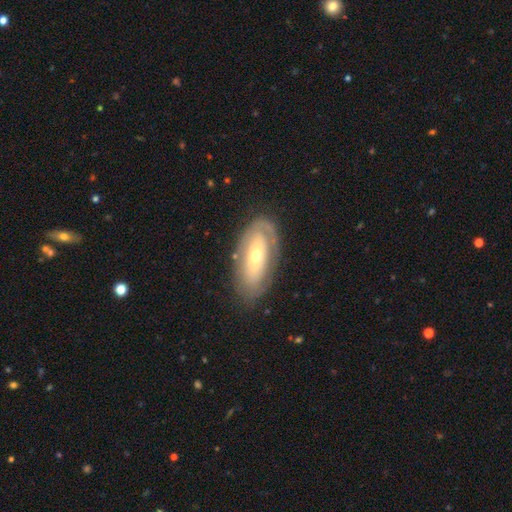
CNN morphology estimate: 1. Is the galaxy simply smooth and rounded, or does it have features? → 64% featured or disk, 30% smooth, 6% star or artifact.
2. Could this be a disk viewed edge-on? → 88% no, 12% yes.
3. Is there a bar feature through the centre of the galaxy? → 80% no, 14% weak, 6% strong.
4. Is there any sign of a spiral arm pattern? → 52% no, 48% yes.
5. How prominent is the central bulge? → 49% small, 46% moderate, 3% large, 1% dominant, 1% none.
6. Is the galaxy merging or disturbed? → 74% none, 17% minor disturbance, 7% major disturbance, 2% merger.